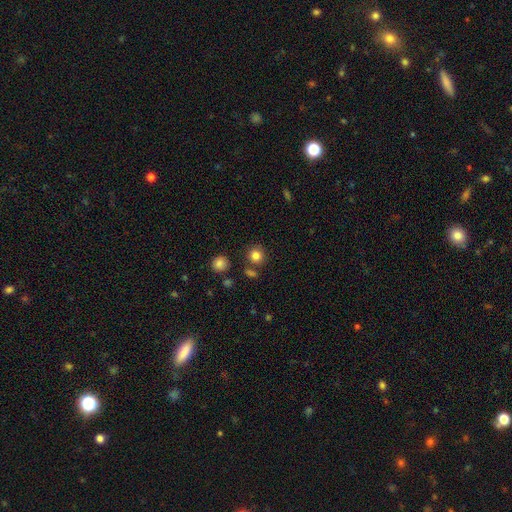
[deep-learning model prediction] A smooth galaxy with no disk features (82%) that is round (90%). Merging: none (80%).